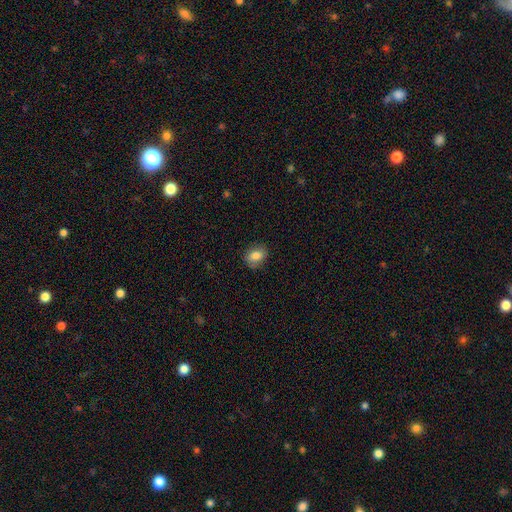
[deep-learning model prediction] Morphology: type=smooth (82%); roundness=in between (68%); merging=none (82%).